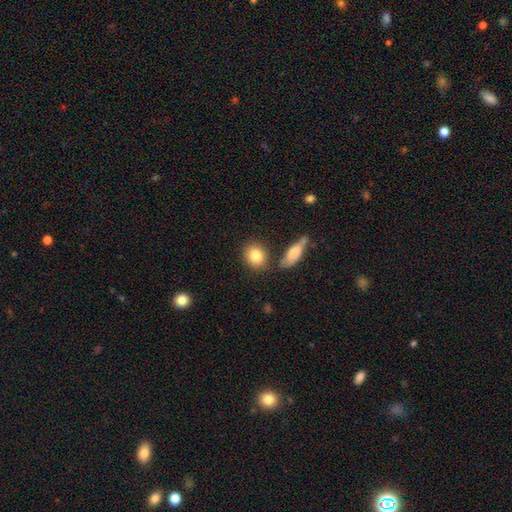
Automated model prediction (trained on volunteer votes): smooth_or_featured: smooth (p=0.83) [alt: featured or disk p=0.09]
how_rounded: round (p=0.69) [alt: in between p=0.29]
merging: none (p=0.74) [alt: merger p=0.11]